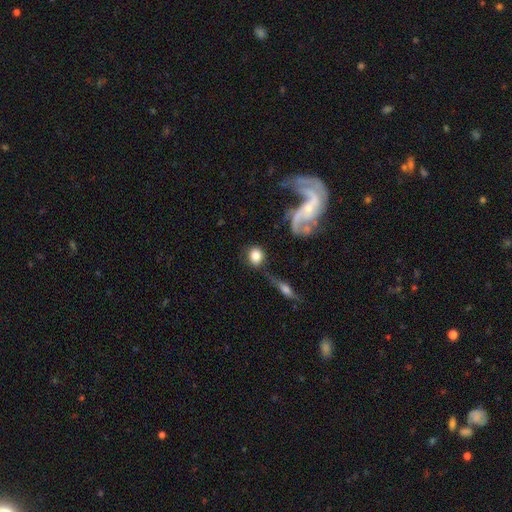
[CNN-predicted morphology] Q: Smooth or featured?
A: smooth (78%); runner-up: featured or disk (14%)
Q: How rounded?
A: round (76%); runner-up: in between (22%)
Q: Merging?
A: none (61%); runner-up: minor disturbance (16%)